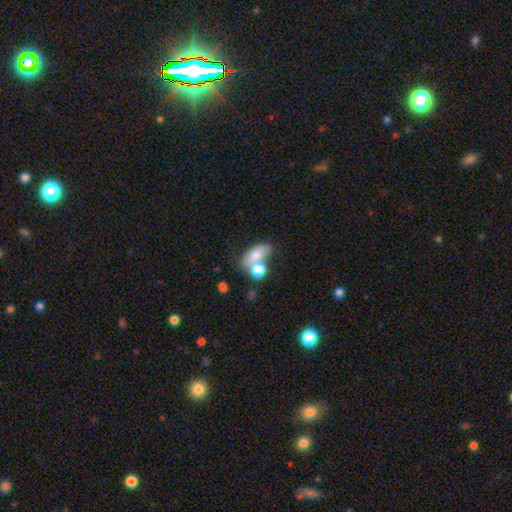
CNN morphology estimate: smooth-or-featured: smooth: 70% | featured or disk: 22% | star or artifact: 8%
  how-rounded: in between: 82% | round: 14% | cigar-shaped: 4%
  merging: merger: 61% | none: 24% | minor disturbance: 9% | major disturbance: 6%